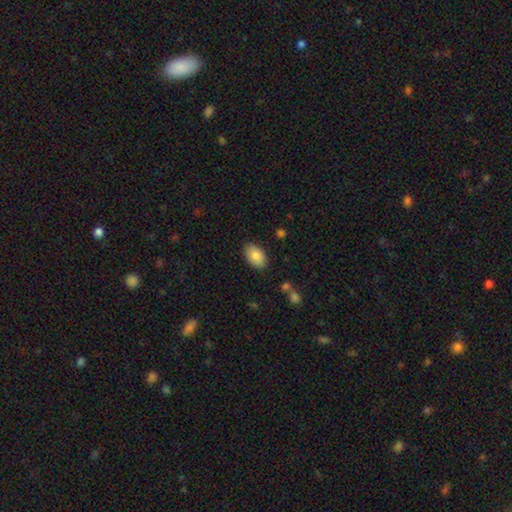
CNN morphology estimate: A smooth galaxy with no disk features (85%) that is in between round and cigar-shaped (92%).

Vote fractions:
- Smooth or featured? smooth: 85% / featured or disk: 8% / star or artifact: 7%
- How rounded? in between: 92% / round: 6% / cigar-shaped: 1%
- Merging? none: 87% / minor disturbance: 10% / major disturbance: 2% / merger: 1%